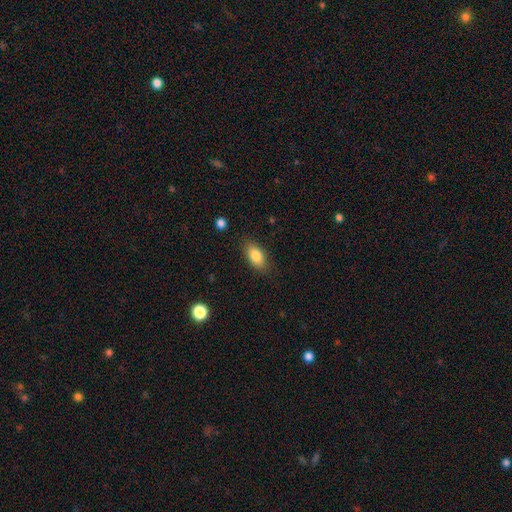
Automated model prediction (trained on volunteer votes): Smooth or featured? Predicted: smooth (p=0.84). How rounded? Predicted: in between (p=0.89). Merging? Predicted: none (p=0.85).